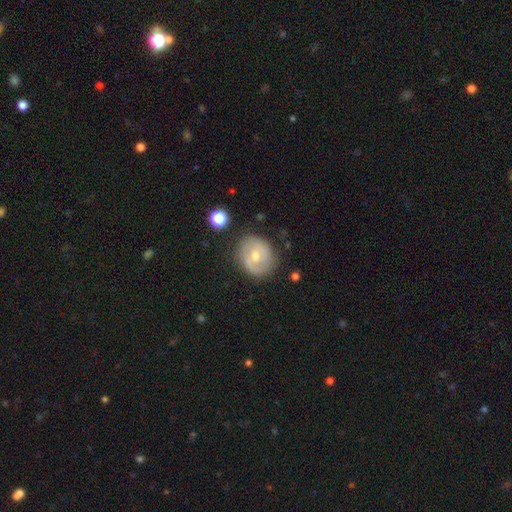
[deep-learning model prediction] A featured or disk galaxy (59%) with no bar (55%), spiral arms (65%) and a moderate central bulge (69%). Merging: none (76%).